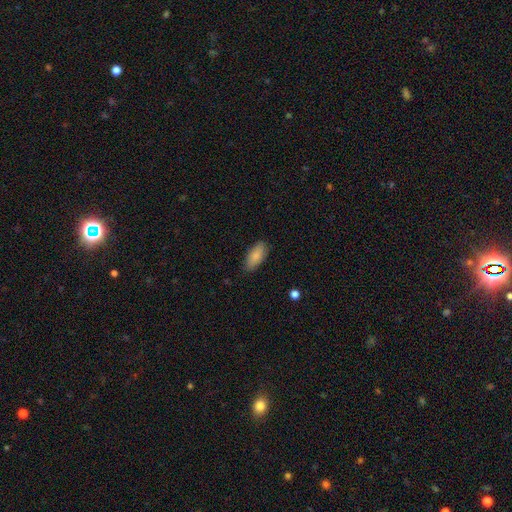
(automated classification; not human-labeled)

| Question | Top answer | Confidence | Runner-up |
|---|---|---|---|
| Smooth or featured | smooth | 85% | featured or disk (8%) |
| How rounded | in between | 84% | cigar-shaped (14%) |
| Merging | none | 85% | minor disturbance (12%) |